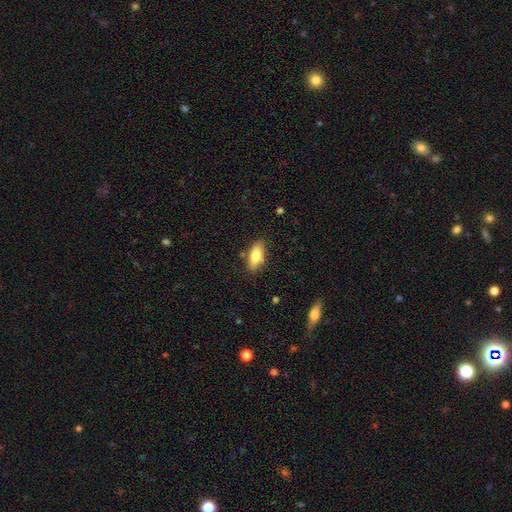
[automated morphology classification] Smooth or featured: smooth — 74% (featured or disk — 19%)
How rounded: in between — 82% (cigar-shaped — 14%)
Merging: none — 82% (minor disturbance — 13%)